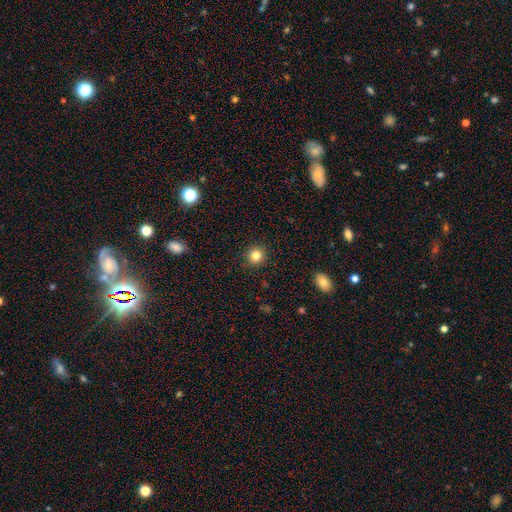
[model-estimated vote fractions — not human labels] Smooth or featured? smooth (83%)
How rounded? round (91%)
Merging? none (91%)